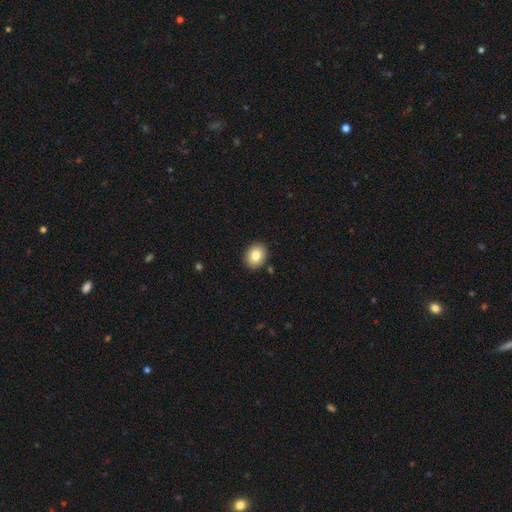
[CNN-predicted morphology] type=smooth (83%); roundness=round (50%); merging=none (89%).